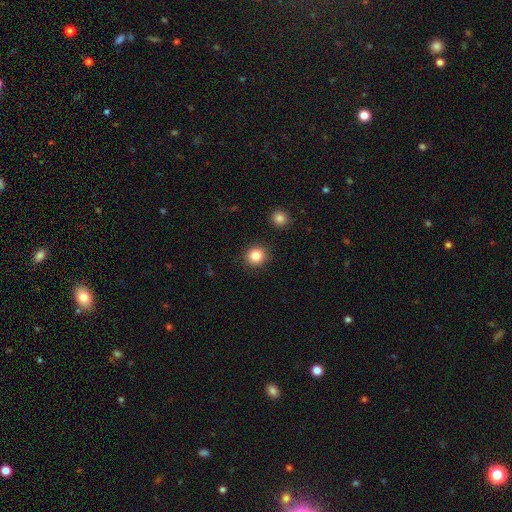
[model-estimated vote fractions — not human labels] Smooth or featured: smooth — 84% (star or artifact — 10%)
How rounded: round — 91% (in between — 9%)
Merging: none — 90% (minor disturbance — 6%)